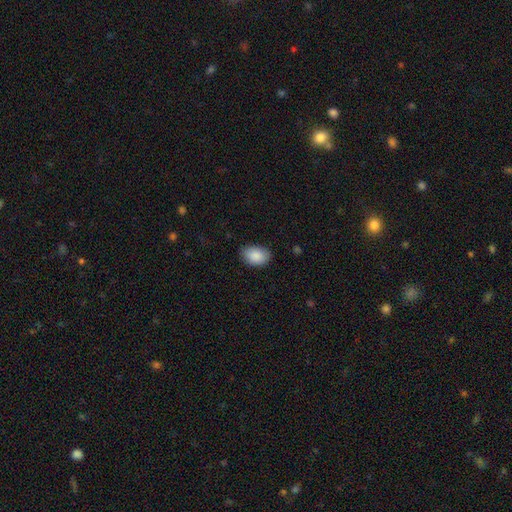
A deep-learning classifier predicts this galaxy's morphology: This appears to be a smooth galaxy with no disk features (89%) that is in between round and cigar-shaped (87%). Merging: none (81%).